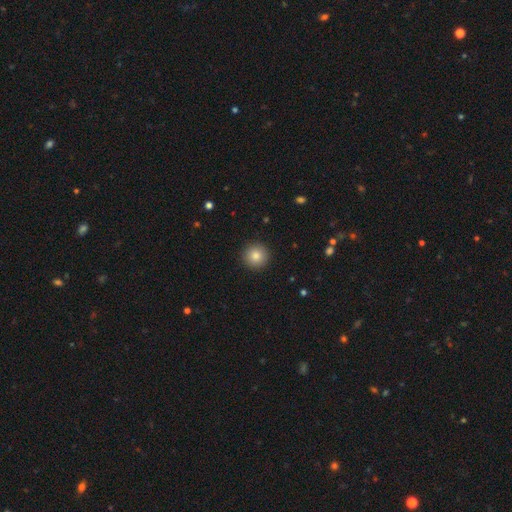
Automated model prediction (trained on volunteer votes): Overall: smooth (83%). How rounded: round (96%). Merging: none (93%).